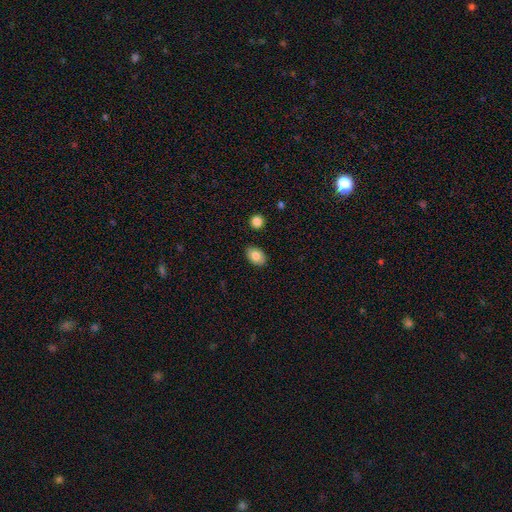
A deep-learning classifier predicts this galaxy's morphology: smooth-or-featured: smooth: 79% | featured or disk: 13% | star or artifact: 7%
  how-rounded: in between: 83% | round: 16% | cigar-shaped: 1%
  merging: none: 87% | minor disturbance: 9% | major disturbance: 2% | merger: 2%